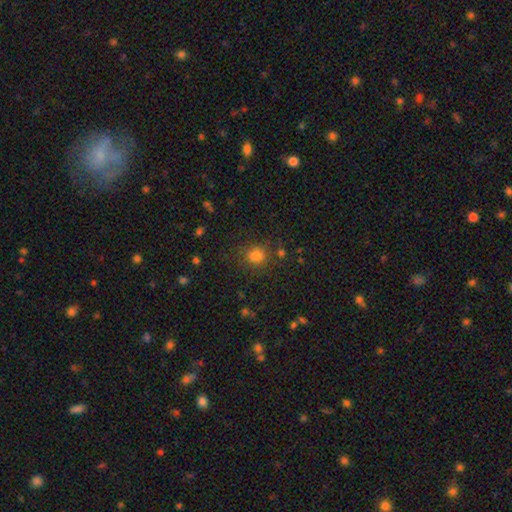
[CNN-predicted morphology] A smooth galaxy with no disk features (79%) that is round (73%). Merging: none (76%).